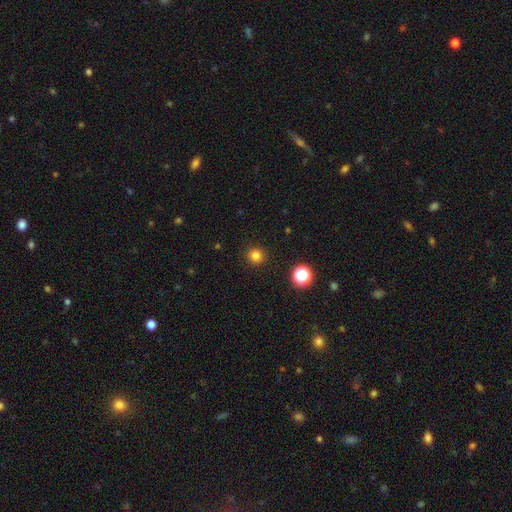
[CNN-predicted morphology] Smooth or featured: smooth — 82% (star or artifact — 15%)
How rounded: round — 94% (in between — 5%)
Merging: none — 92% (minor disturbance — 5%)